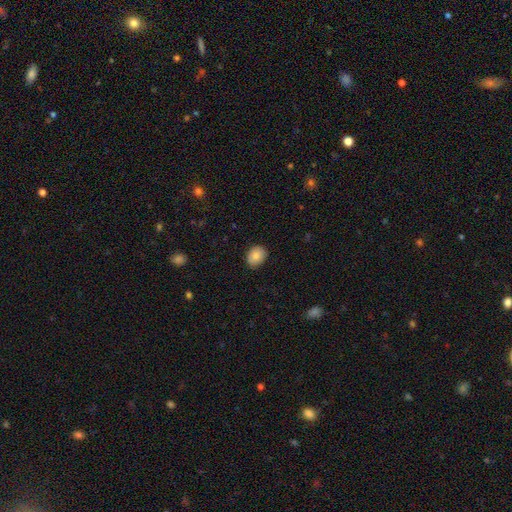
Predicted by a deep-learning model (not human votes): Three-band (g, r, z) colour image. It shows a smooth galaxy with no disk features (86%) that is in between round and cigar-shaped (54%). Merging: none (87%).